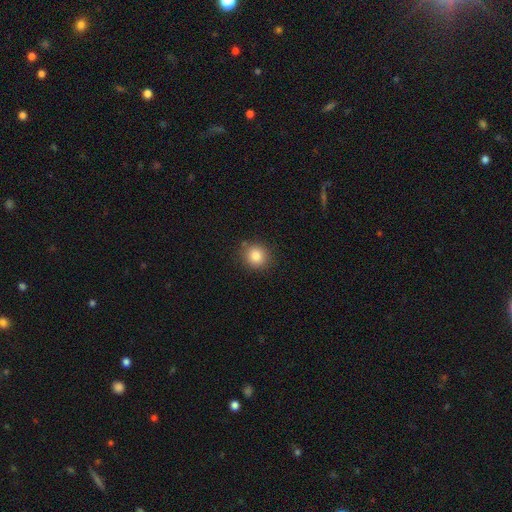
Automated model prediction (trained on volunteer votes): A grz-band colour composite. It shows a smooth galaxy with no disk features (84%) that is round (86%). Merging: none (85%).